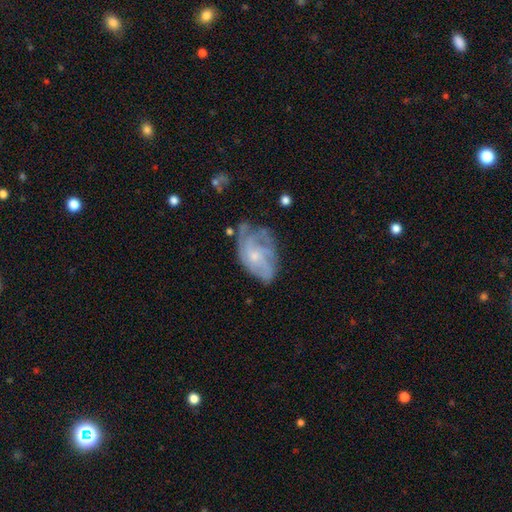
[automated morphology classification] A featured or disk galaxy (75%) with no bar (73%), tight (45%) spiral arms (90%) and a small central bulge (66%). Merging: none (55%).